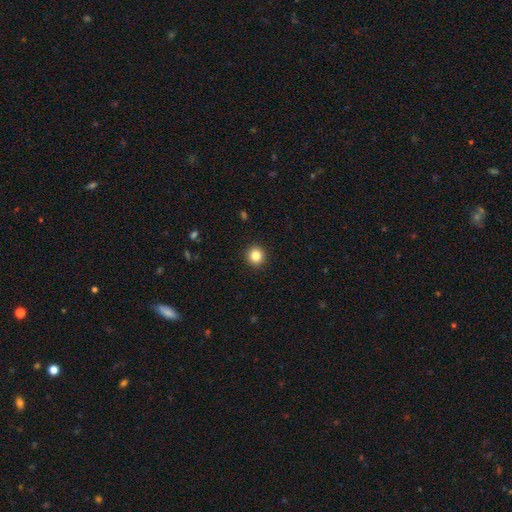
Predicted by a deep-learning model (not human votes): This appears to be a smooth galaxy with no disk features (84%) that is round (93%). Merging: none (93%).